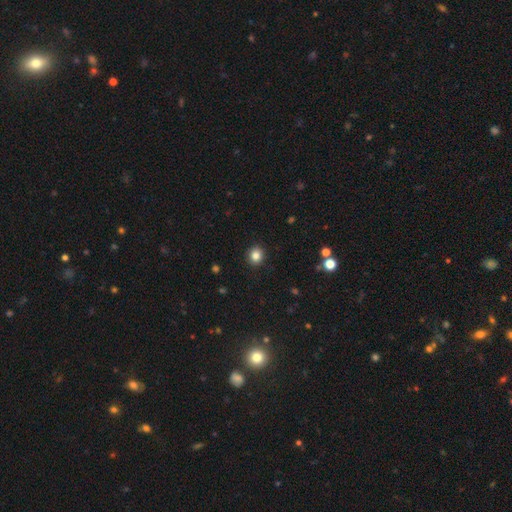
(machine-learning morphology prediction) This is clearly a smooth galaxy (84%). How rounded: clearly round (81%). Merging: clearly none (92%).